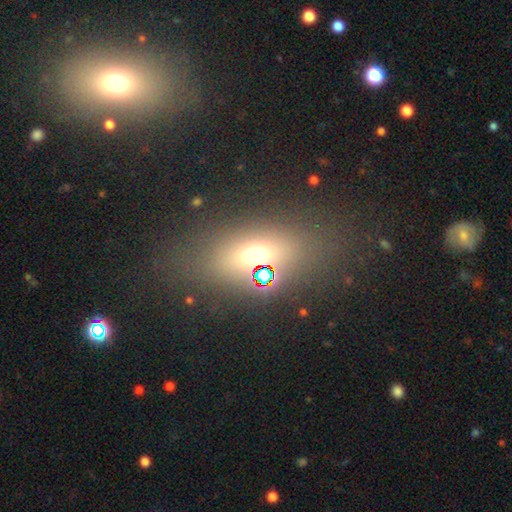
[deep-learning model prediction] A smooth galaxy with no disk features (55%) that is in between round and cigar-shaped (69%).

Vote fractions:
- Smooth or featured? smooth: 55% / star or artifact: 28% / featured or disk: 16%
- How rounded? in between: 69% / round: 26% / cigar-shaped: 4%
- Merging? none: 71% / minor disturbance: 13% / major disturbance: 9% / merger: 6%